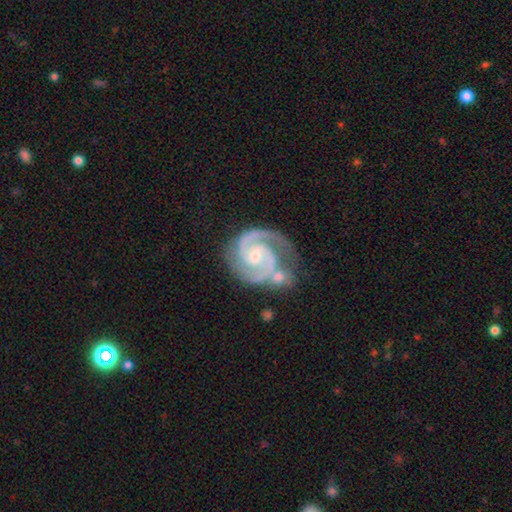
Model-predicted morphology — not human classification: The model was most divided on "spiral winding": tight: 53%, medium: 43%, loose: 4%. More confident: spiral arms — yes (99%); edge-on disk — no (98%); smooth or featured — featured or disk (93%); spiral arm count — 2 (87%); bulge size — small (60%); merging — none (59%); bar — no (51%).